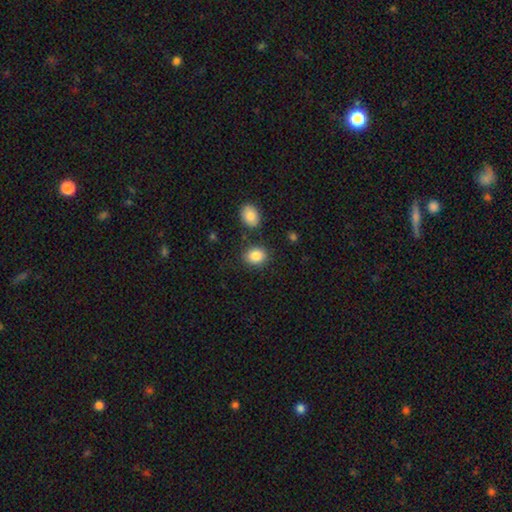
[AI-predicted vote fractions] Smooth or featured? smooth (85%)
How rounded? in between (51%)
Merging? none (81%)